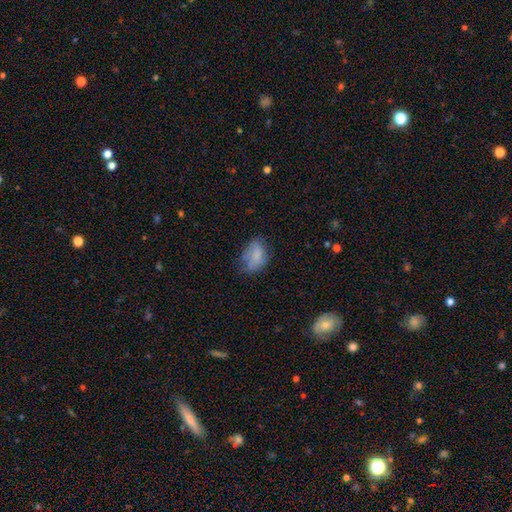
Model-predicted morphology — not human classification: Q: Smooth or featured?
A: smooth (74%); runner-up: featured or disk (16%)
Q: How rounded?
A: in between (86%); runner-up: round (13%)
Q: Merging?
A: none (50%); runner-up: minor disturbance (32%)